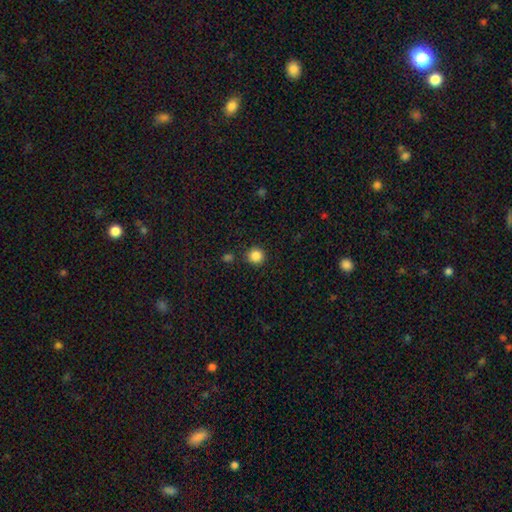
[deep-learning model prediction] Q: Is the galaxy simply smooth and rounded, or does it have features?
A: smooth — 85%.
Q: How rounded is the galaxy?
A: round — 93%.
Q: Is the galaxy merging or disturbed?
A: none — 87%.